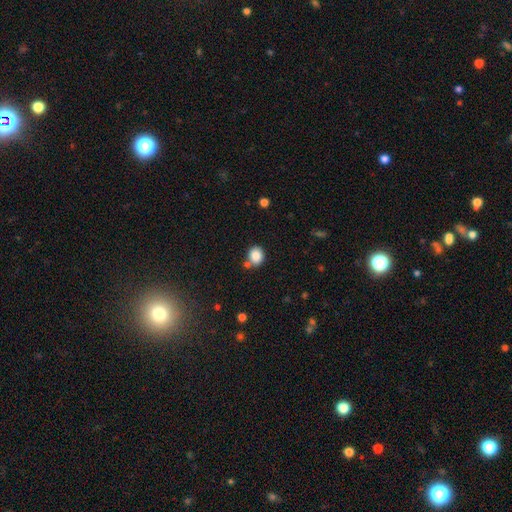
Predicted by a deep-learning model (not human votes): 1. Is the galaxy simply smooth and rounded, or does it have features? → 86% smooth, 10% star or artifact, 5% featured or disk.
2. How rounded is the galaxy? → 67% round, 32% in between, 1% cigar-shaped.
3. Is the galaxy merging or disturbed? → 66% none, 17% merger, 13% minor disturbance, 4% major disturbance.